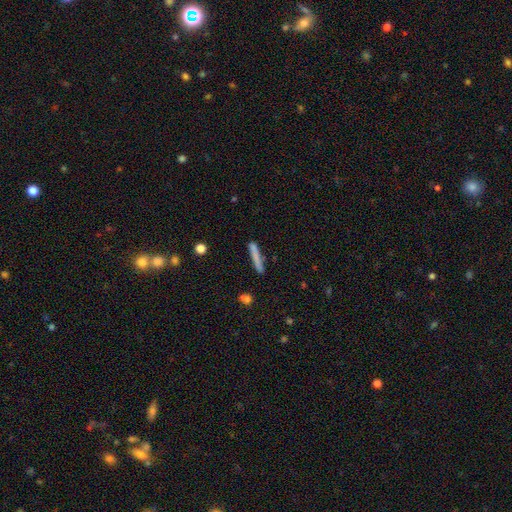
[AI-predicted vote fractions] Morphology: type=smooth (74%); roundness=cigar-shaped (95%); merging=none (82%).